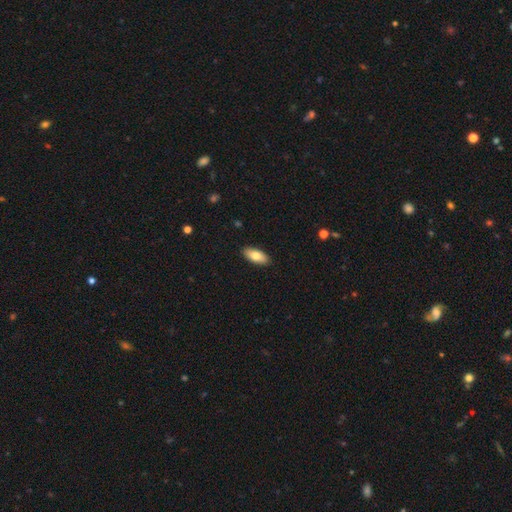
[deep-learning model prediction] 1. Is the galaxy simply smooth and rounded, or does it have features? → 78% smooth, 16% featured or disk, 6% star or artifact.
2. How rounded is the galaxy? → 88% in between, 10% cigar-shaped, 2% round.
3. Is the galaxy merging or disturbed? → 90% none, 8% minor disturbance, 2% major disturbance, 1% merger.